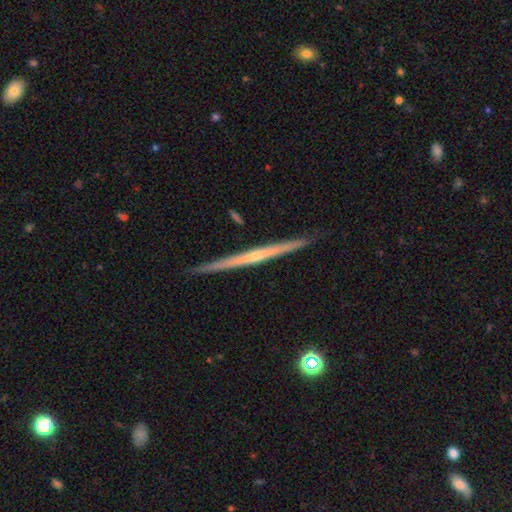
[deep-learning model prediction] featured or disk 80%, smooth 15%, star or artifact 5%. Down the decision tree: edge-on disk — yes (98%); edge-on bulge — rounded (53%); merging — none (92%).